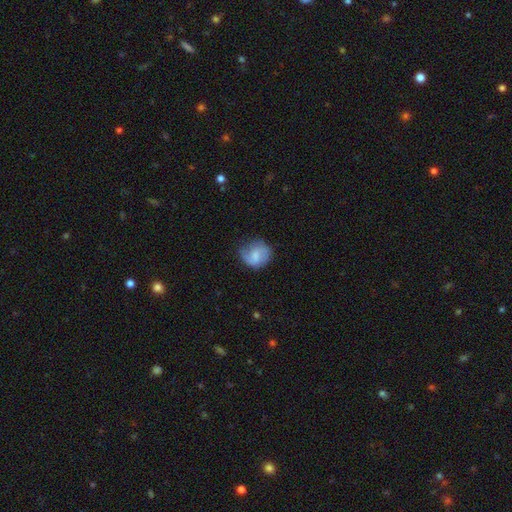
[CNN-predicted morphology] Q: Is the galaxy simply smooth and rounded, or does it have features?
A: smooth — 53%.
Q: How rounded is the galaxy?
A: round — 76%.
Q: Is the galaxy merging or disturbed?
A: none — 61%.